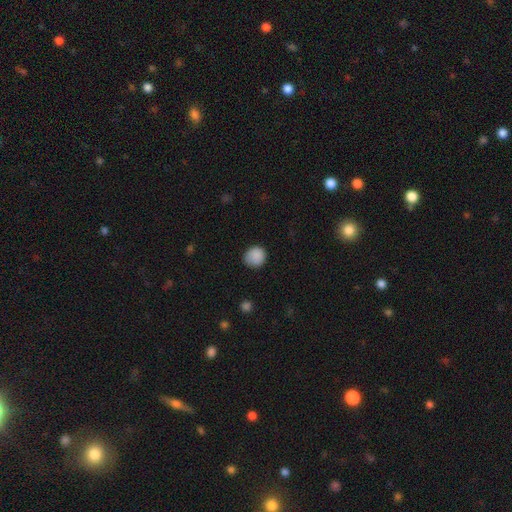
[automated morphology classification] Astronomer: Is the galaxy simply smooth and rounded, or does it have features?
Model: smooth — 88%.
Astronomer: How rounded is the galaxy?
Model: round — 89%.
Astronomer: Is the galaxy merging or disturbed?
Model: none — 82%.